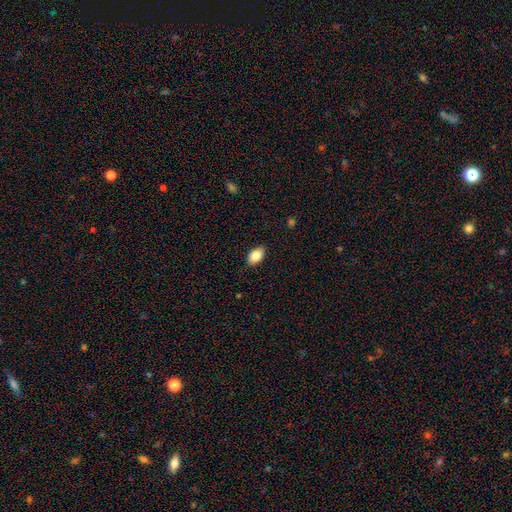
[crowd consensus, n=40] A smooth galaxy with no disk features (92%) that is in between round and cigar-shaped (92%).

Vote fractions:
- Smooth or featured? smooth: 92% / featured or disk: 8% / star or artifact: 0%
- How rounded? in between: 92% / round: 8% / cigar-shaped: 0%
- Merging? none: 82% / minor disturbance: 15% / major disturbance: 2% / merger: 0%